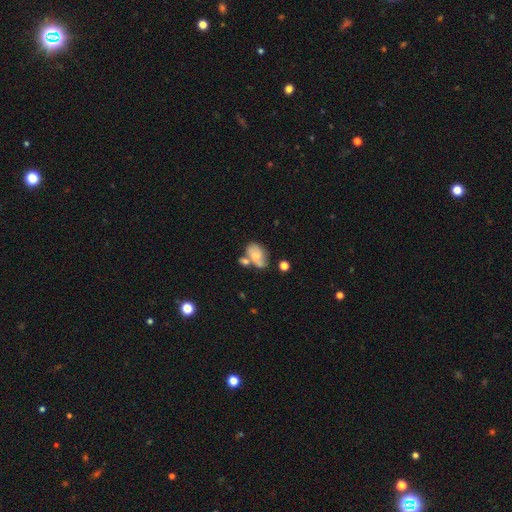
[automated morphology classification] The model was most divided on "merging": none: 35%, merger: 34%, minor disturbance: 21%, major disturbance: 10%. More confident: how rounded — in between (82%); smooth or featured — smooth (51%).